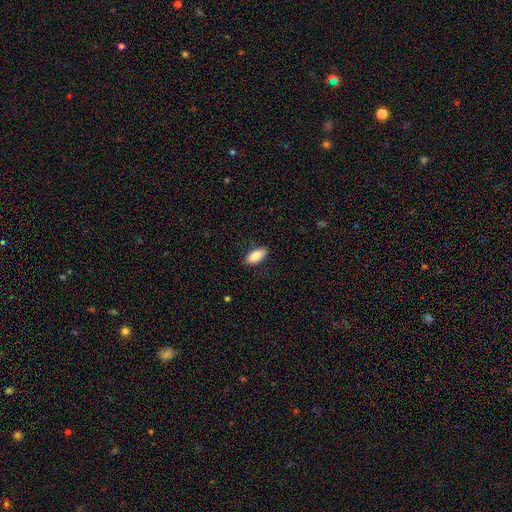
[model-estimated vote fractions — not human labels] A smooth galaxy with no disk features (89%) that is in between round and cigar-shaped (90%).

Vote fractions:
- Smooth or featured? smooth: 89% / star or artifact: 6% / featured or disk: 5%
- How rounded? in between: 90% / cigar-shaped: 8% / round: 2%
- Merging? none: 84% / minor disturbance: 12% / major disturbance: 3% / merger: 1%